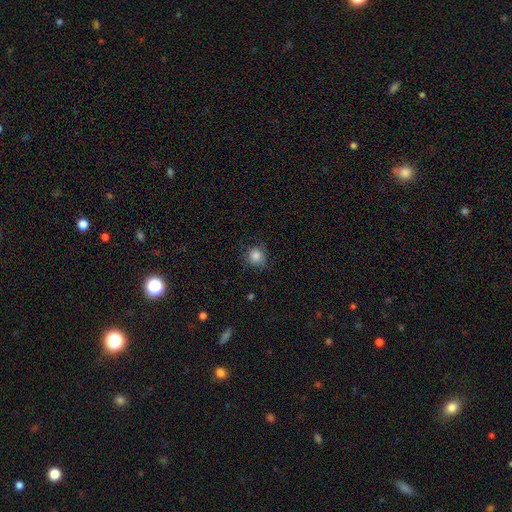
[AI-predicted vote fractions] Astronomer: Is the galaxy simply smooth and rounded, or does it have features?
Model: smooth — 84%.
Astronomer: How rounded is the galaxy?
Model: round — 90%.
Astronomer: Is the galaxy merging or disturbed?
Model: none — 80%.